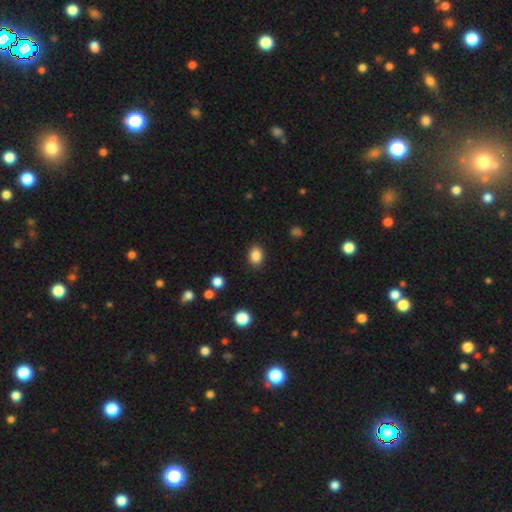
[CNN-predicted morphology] Smooth or featured: smooth — 86% (star or artifact — 10%)
How rounded: in between — 68% (round — 31%)
Merging: none — 87% (minor disturbance — 9%)